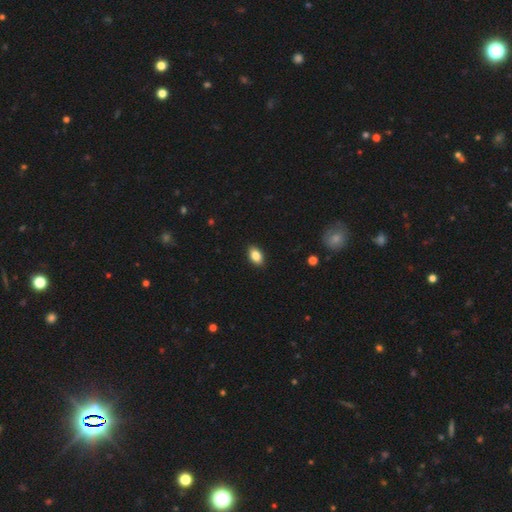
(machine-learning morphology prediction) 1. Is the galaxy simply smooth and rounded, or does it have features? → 86% smooth, 8% star or artifact, 6% featured or disk.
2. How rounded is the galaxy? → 89% in between, 9% round, 2% cigar-shaped.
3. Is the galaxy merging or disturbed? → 89% none, 8% minor disturbance, 2% major disturbance, 1% merger.